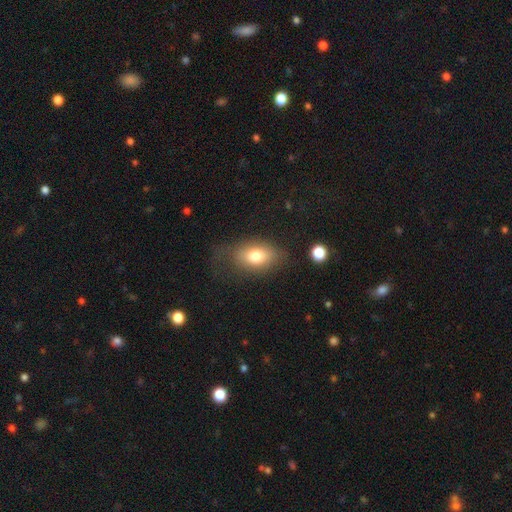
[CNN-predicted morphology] This is likely a smooth galaxy (75%). How rounded: clearly in between (84%). Merging: possibly none (60%).